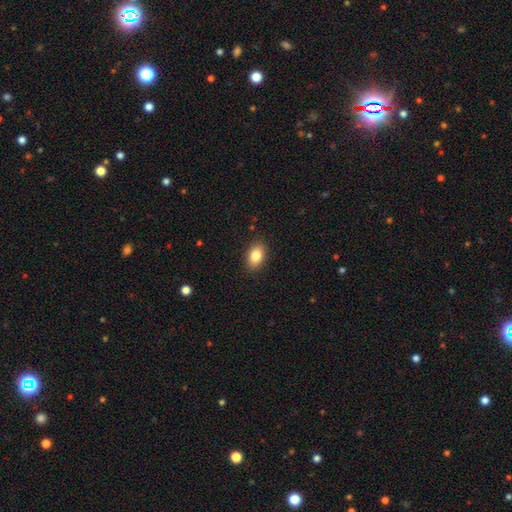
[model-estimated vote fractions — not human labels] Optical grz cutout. It shows a smooth galaxy with no disk features (84%) that is in between round and cigar-shaped (87%). Merging: none (89%).